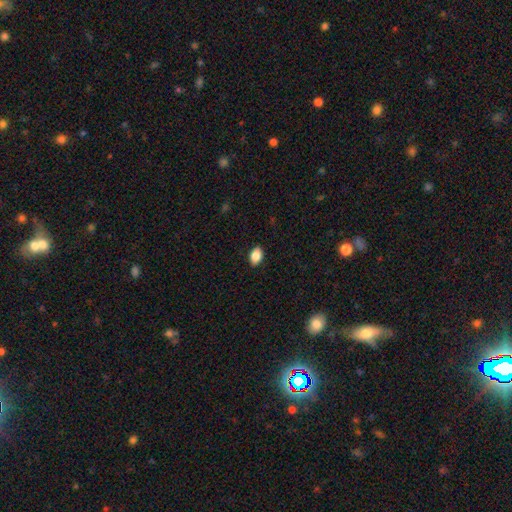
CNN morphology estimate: smooth_or_featured: smooth (p=0.86) [alt: star or artifact p=0.08]
how_rounded: in between (p=0.85) [alt: round p=0.13]
merging: none (p=0.88) [alt: minor disturbance p=0.09]